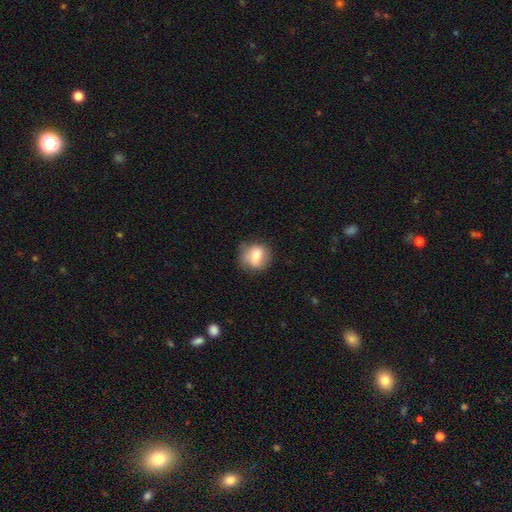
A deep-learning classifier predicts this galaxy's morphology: smooth 77%, featured or disk 15%, star or artifact 8%. Down the decision tree: how rounded — round (69%); merging — none (73%).